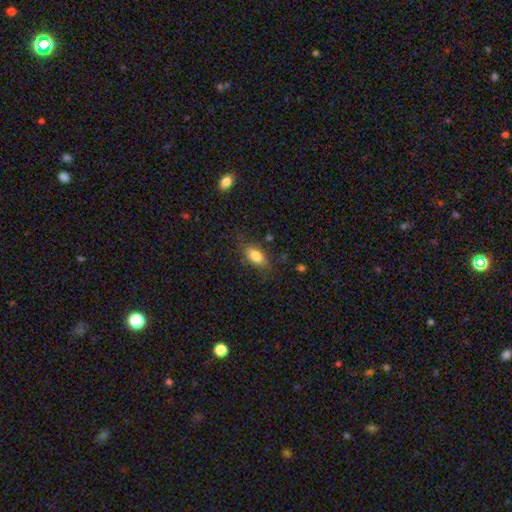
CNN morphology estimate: smooth-or-featured: smooth: 79% | featured or disk: 13% | star or artifact: 8%
  how-rounded: in between: 82% | cigar-shaped: 14% | round: 4%
  merging: none: 76% | minor disturbance: 17% | major disturbance: 5% | merger: 2%